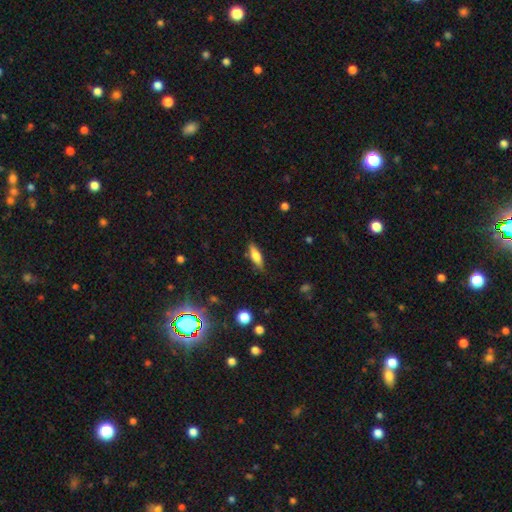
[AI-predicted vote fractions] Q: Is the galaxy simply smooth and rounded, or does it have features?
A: smooth — 63%.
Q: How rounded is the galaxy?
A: cigar-shaped — 51%.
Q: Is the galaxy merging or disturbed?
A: none — 82%.